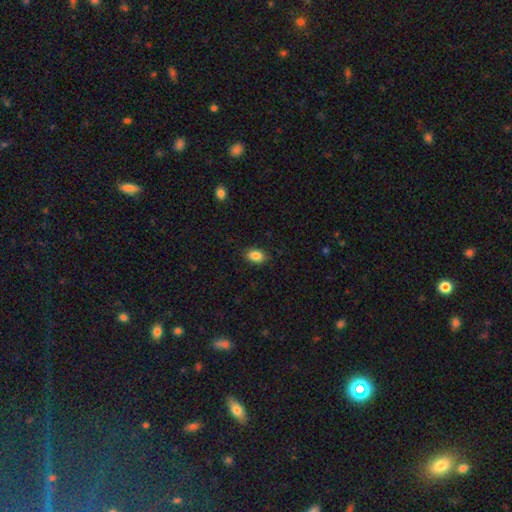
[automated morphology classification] The model was most divided on "how rounded": in between: 83%, round: 16%, cigar-shaped: 1%. More confident: merging — none (87%); smooth or featured — smooth (86%).